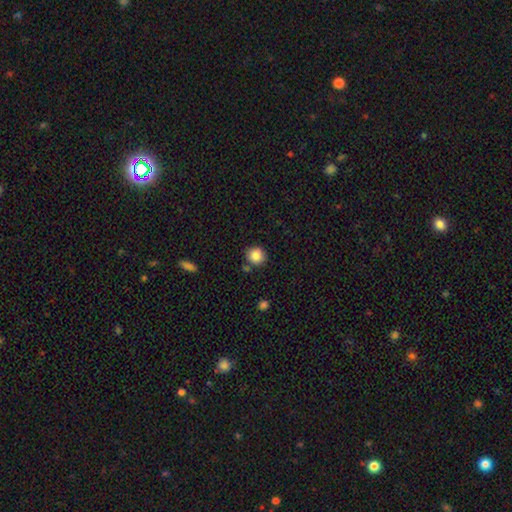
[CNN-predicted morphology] A smooth galaxy with no disk features (85%) that is round (87%). Merging: none (80%).